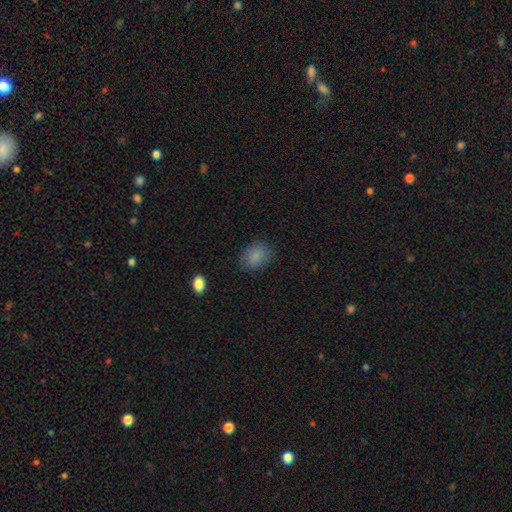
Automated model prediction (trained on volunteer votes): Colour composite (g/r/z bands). It shows a smooth galaxy with no disk features (86%) that is in between round and cigar-shaped (69%). Merging: none (80%).